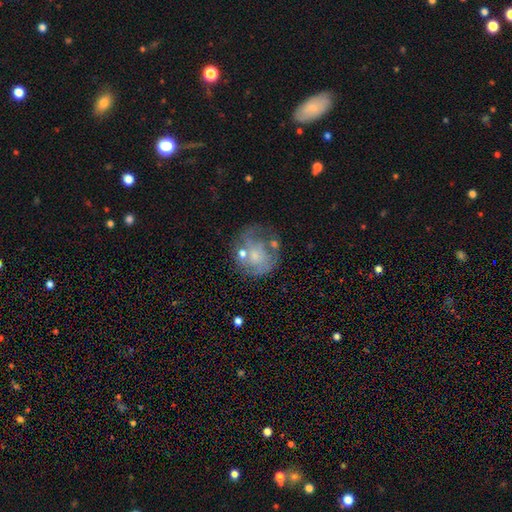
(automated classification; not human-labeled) Overall: featured or disk (58%; smooth 33%). Edge-on disk: no (98%). Bar: no (81%). Spiral arms: yes (50%, tied with no). Bulge size: small (51%; moderate 27%). Merging: none (44%; major disturbance 23%).